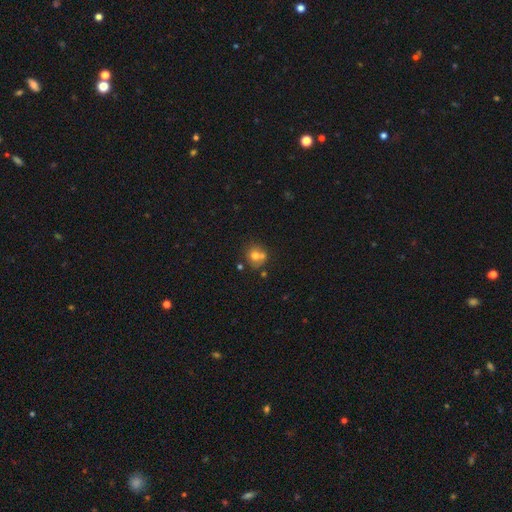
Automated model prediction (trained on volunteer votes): smooth-or-featured: smooth: 68% | featured or disk: 19% | star or artifact: 13%
  how-rounded: round: 80% | in between: 19% | cigar-shaped: 1%
  merging: none: 49% | merger: 35% | minor disturbance: 12% | major disturbance: 4%